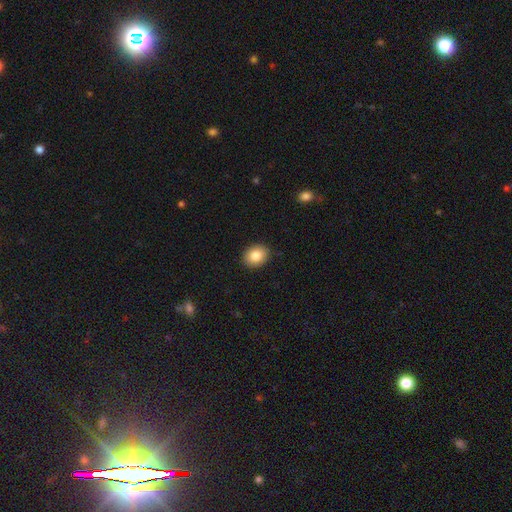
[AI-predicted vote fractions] smooth_or_featured: smooth (p=0.84) [alt: star or artifact p=0.08]
how_rounded: in between (p=0.51) [alt: round p=0.48]
merging: none (p=0.90) [alt: minor disturbance p=0.07]